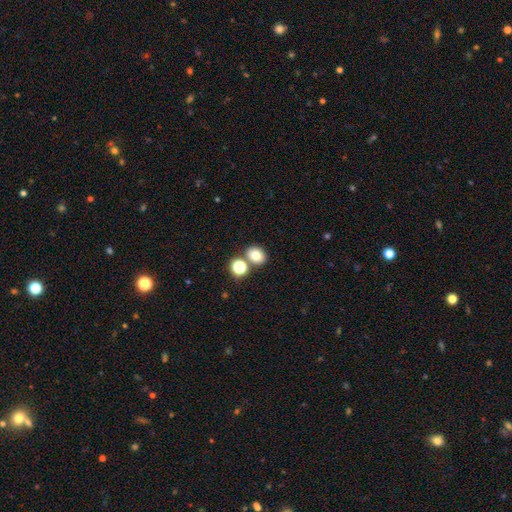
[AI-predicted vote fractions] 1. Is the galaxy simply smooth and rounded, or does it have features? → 78% smooth, 14% star or artifact, 8% featured or disk.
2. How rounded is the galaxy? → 57% round, 42% in between, 1% cigar-shaped.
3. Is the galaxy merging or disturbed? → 72% none, 18% merger, 8% minor disturbance, 3% major disturbance.